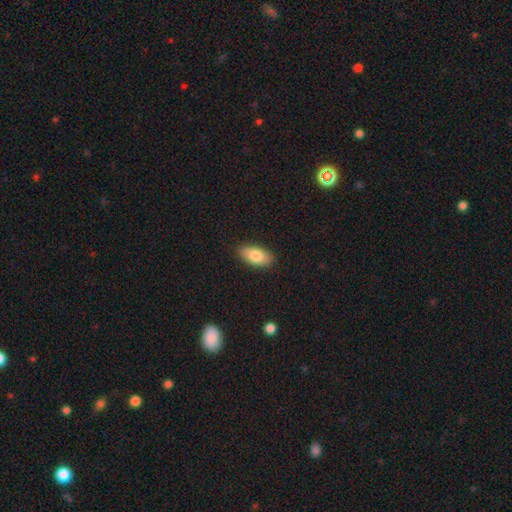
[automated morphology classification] type=smooth (82%); roundness=in between (90%); merging=none (89%).